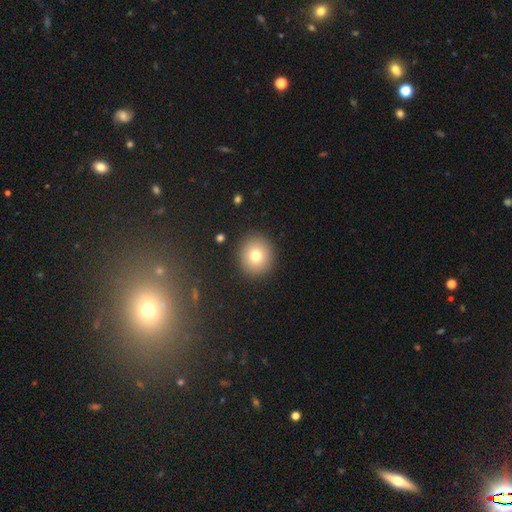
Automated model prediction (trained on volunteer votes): This appears to be a smooth galaxy with no disk features (76%) that is round (86%). Merging: none (90%).